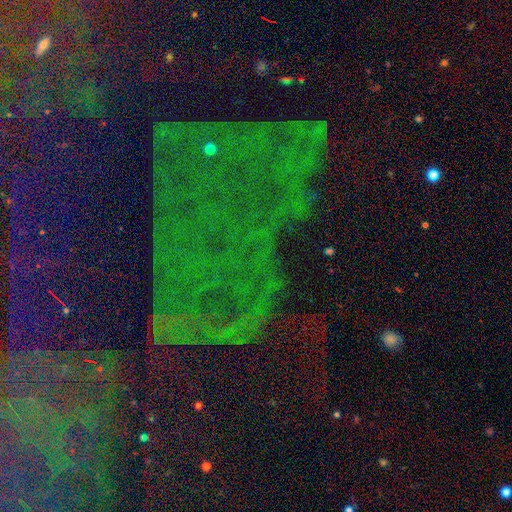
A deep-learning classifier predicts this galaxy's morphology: Q: Smooth or featured?
A: star or artifact (81%); runner-up: featured or disk (10%)